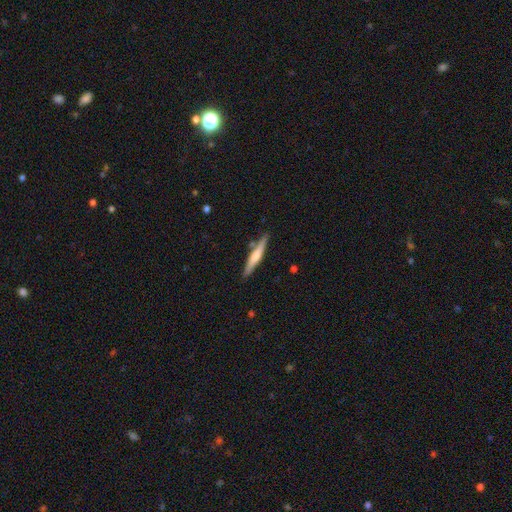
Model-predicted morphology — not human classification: smooth-or-featured: smooth: 50% | featured or disk: 45% | star or artifact: 5%
  merging: none: 84% | minor disturbance: 10% | merger: 4% | major disturbance: 2%